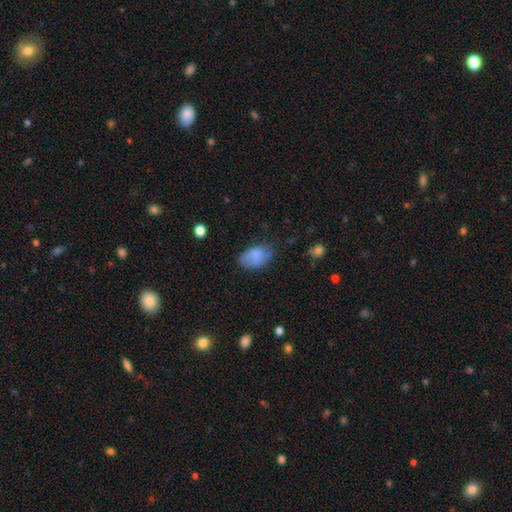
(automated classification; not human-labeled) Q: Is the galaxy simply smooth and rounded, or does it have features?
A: smooth — 77%.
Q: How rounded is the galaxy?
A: in between — 87%.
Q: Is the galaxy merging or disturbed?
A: none — 57%.